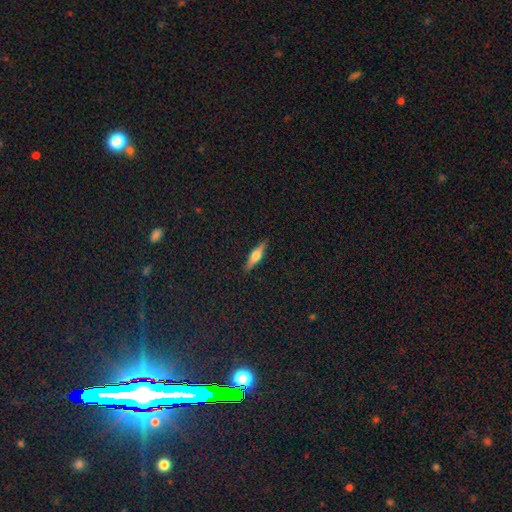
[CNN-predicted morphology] This is possibly a featured or disk galaxy (48%). Merging: clearly none (90%).